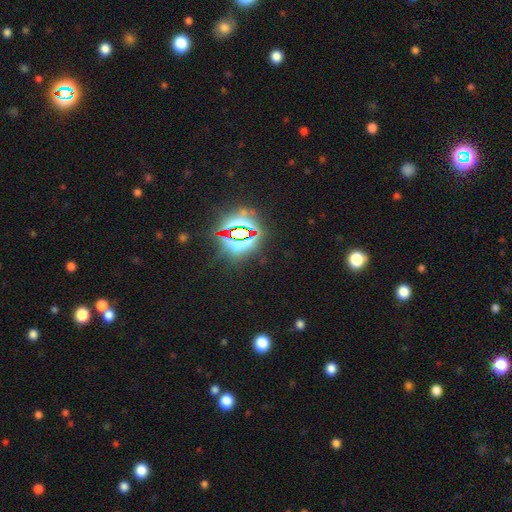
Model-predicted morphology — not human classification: Smooth or featured? star or artifact (82%)